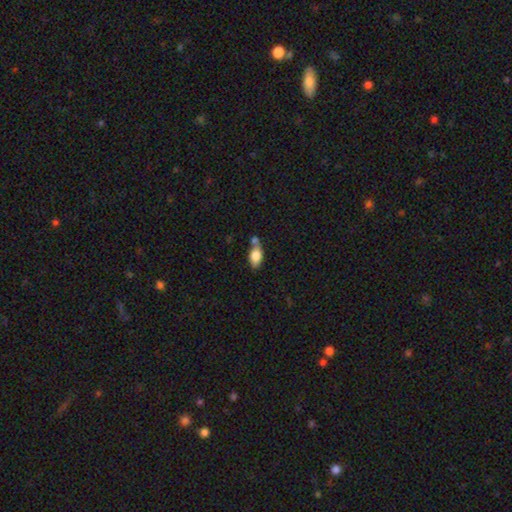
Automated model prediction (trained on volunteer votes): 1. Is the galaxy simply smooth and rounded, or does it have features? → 79% smooth, 14% featured or disk, 7% star or artifact.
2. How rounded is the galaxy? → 89% in between, 6% round, 6% cigar-shaped.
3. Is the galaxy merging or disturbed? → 46% none, 32% merger, 17% minor disturbance, 5% major disturbance.